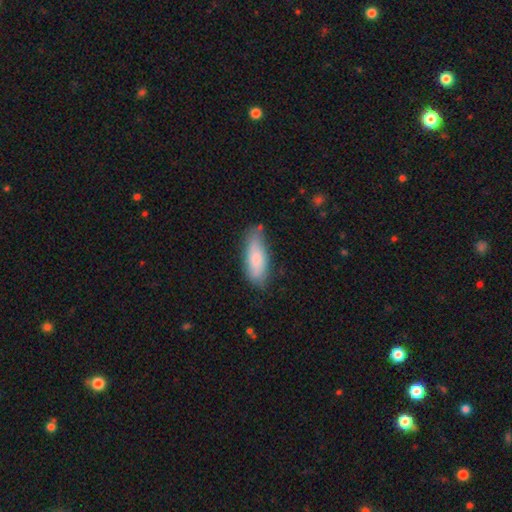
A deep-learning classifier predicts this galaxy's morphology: smooth_or_featured: smooth (p=0.79) [alt: featured or disk p=0.15]
how_rounded: in between (p=0.63) [alt: cigar-shaped p=0.35]
merging: none (p=0.70) [alt: minor disturbance p=0.24]